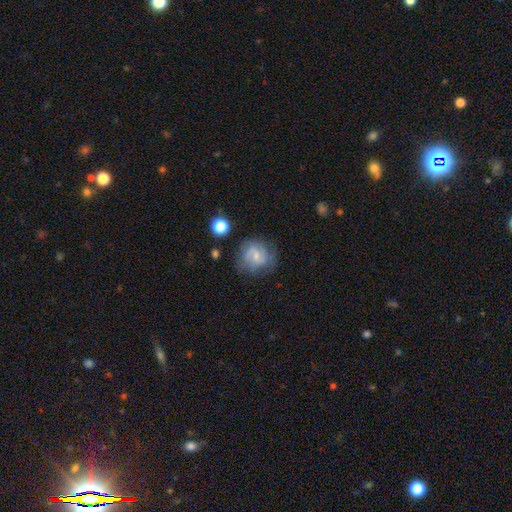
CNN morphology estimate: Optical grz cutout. It shows a smooth galaxy with no disk features (58%) that is round (81%). Merging: none (61%).